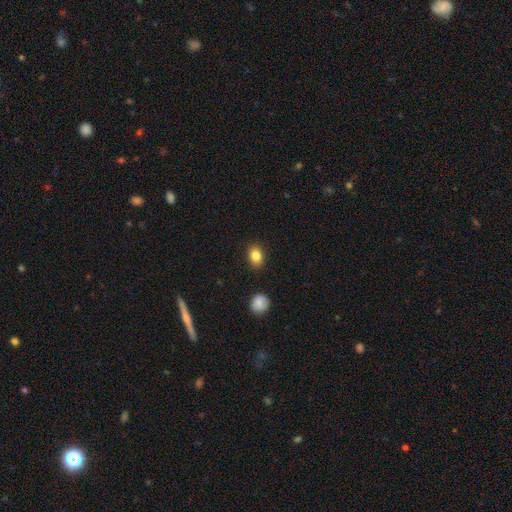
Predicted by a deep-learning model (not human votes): Smooth or featured?
  - smooth: 84% *
  - star or artifact: 9%
  - featured or disk: 7%
How rounded?
  - in between: 69% *
  - round: 30%
  - cigar-shaped: 1%
Merging?
  - none: 88% *
  - minor disturbance: 8%
  - major disturbance: 2%
  - merger: 2%